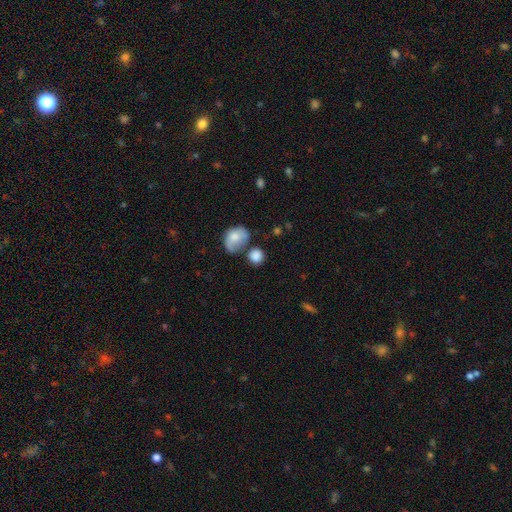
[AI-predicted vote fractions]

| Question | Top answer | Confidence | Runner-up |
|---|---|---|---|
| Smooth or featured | smooth | 83% | star or artifact (9%) |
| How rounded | round | 76% | in between (23%) |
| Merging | none | 58% | minor disturbance (17%) |